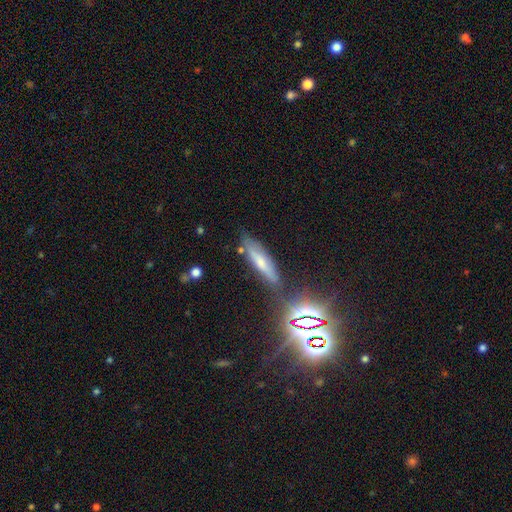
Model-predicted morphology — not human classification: The model was most divided on "smooth or featured": smooth: 48%, featured or disk: 33%, star or artifact: 18%. More confident: merging — none (72%).